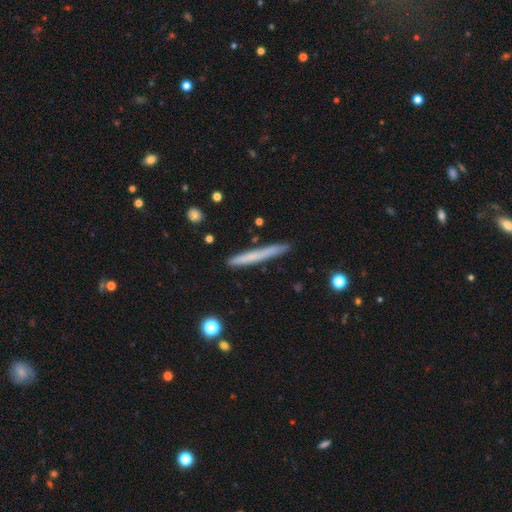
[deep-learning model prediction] Smooth or featured? Predicted: smooth (p=0.63). How rounded? Predicted: cigar-shaped (p=0.97). Merging? Predicted: none (p=0.88).